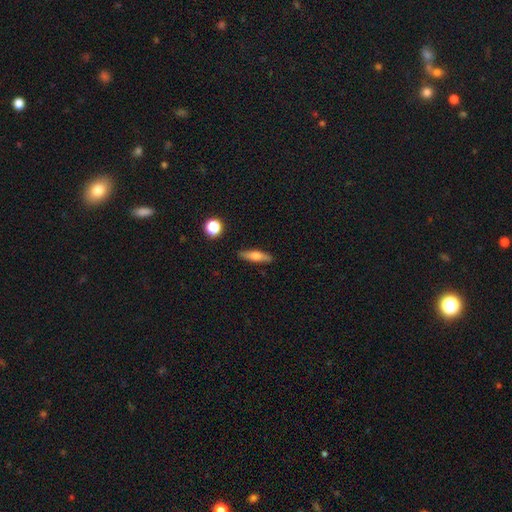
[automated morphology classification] Overall: smooth (57%; featured or disk 36%). How rounded: cigar-shaped (69%). Merging: none (88%).